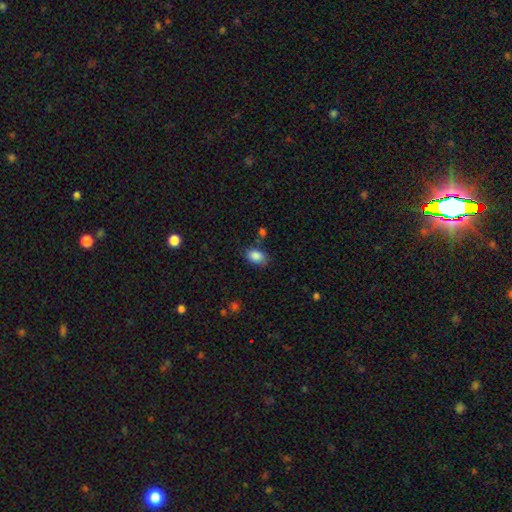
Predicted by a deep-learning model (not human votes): A smooth galaxy with no disk features (87%) that is in between round and cigar-shaped (82%).

Vote fractions:
- Smooth or featured? smooth: 87% / star or artifact: 8% / featured or disk: 4%
- How rounded? in between: 82% / round: 17% / cigar-shaped: 1%
- Merging? none: 74% / minor disturbance: 18% / major disturbance: 4% / merger: 4%